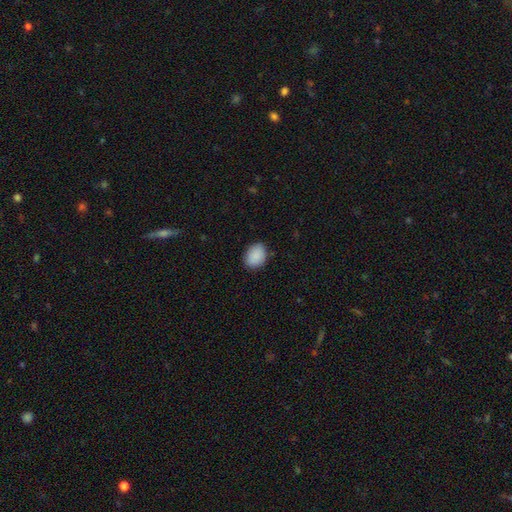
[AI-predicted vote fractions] A smooth galaxy with no disk features (90%) that is in between round and cigar-shaped (65%). Merging: none (85%).